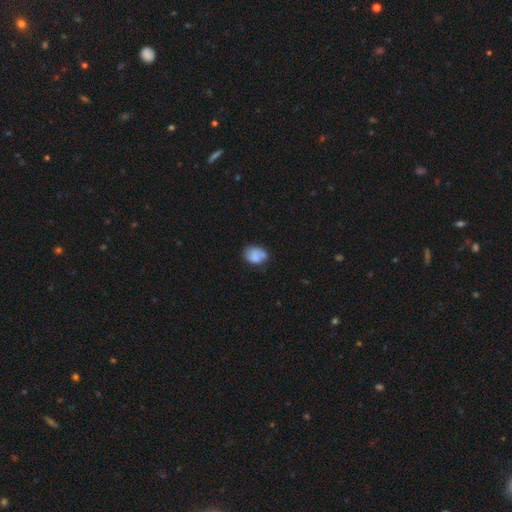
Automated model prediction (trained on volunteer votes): A smooth galaxy with no disk features (75%) that is in between round and cigar-shaped (66%). Merging: none (47%).